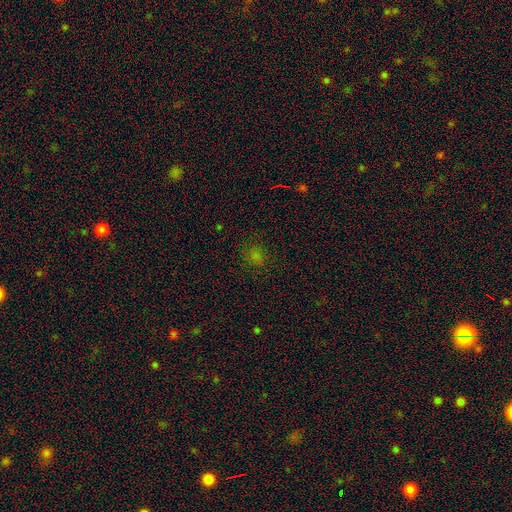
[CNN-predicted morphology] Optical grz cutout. It shows a smooth galaxy with no disk features (64%) that is round (74%). Merging: none (84%).